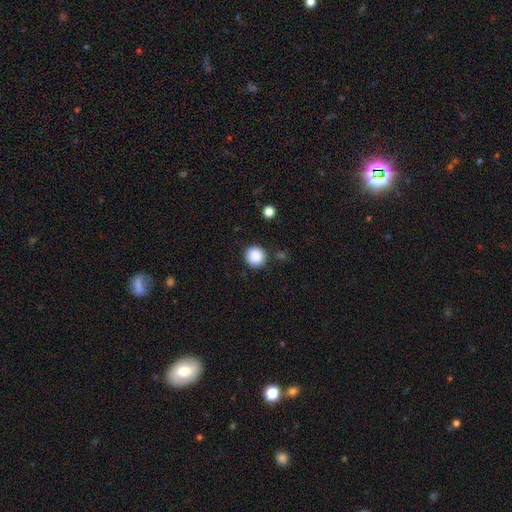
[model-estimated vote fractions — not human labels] A smooth galaxy with no disk features (87%) that is round (91%). Merging: none (86%).